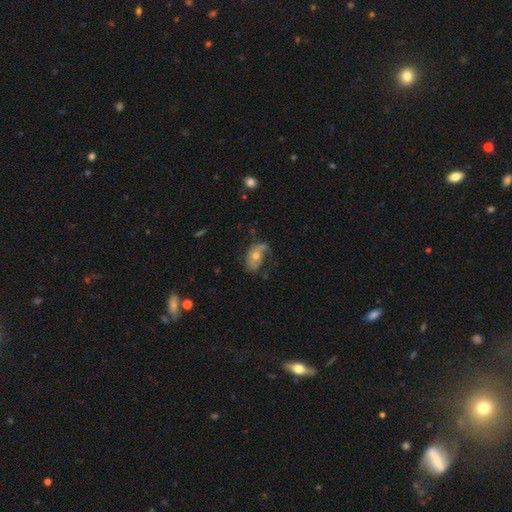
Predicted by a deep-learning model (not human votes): Smooth or featured?
  - featured or disk: 62% *
  - smooth: 28%
  - star or artifact: 10%
Edge-on disk?
  - no: 94% *
  - yes: 6%
Bar?
  - no: 78% *
  - weak: 17%
  - strong: 5%
Spiral arms?
  - yes: 75% *
  - no: 25%
Bulge size?
  - moderate: 62% *
  - small: 32%
  - large: 4%
  - none: 1%
  - dominant: 1%
Merging?
  - none: 46% *
  - minor disturbance: 26%
  - major disturbance: 26%
  - merger: 3%